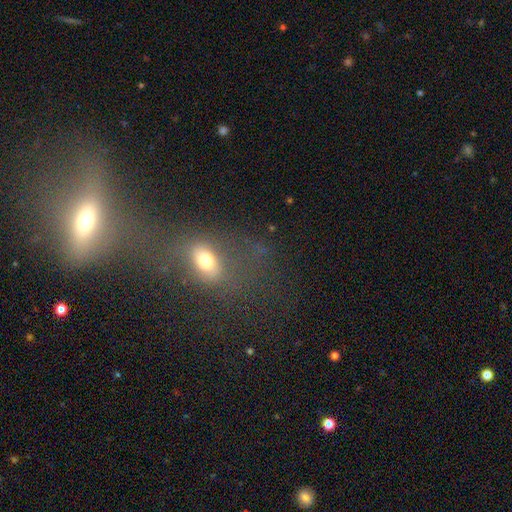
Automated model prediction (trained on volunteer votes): The model was most divided on "smooth or featured": smooth: 49%, featured or disk: 26%, star or artifact: 25%. More confident: merging — merger (53%).